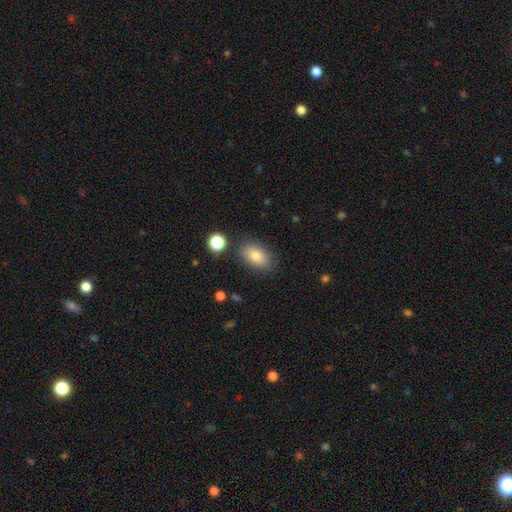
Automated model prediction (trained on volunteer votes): A smooth galaxy with no disk features (78%) that is in between round and cigar-shaped (86%).

Vote fractions:
- Smooth or featured? smooth: 78% / featured or disk: 12% / star or artifact: 10%
- How rounded? in between: 86% / round: 12% / cigar-shaped: 2%
- Merging? none: 82% / minor disturbance: 12% / major disturbance: 3% / merger: 3%